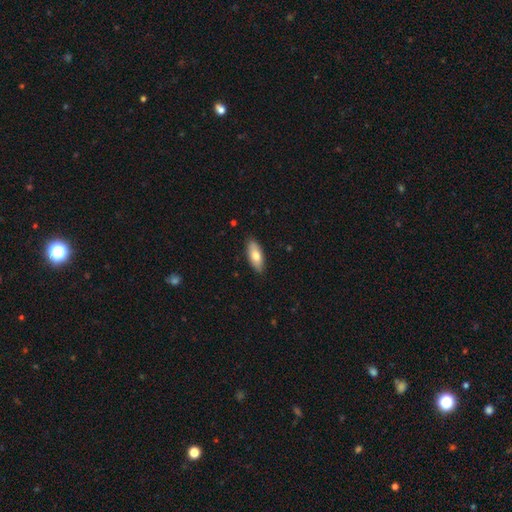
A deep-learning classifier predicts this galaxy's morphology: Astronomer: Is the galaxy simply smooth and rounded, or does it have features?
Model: smooth — 73%.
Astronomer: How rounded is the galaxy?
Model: in between — 78%.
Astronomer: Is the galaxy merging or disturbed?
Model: none — 88%.